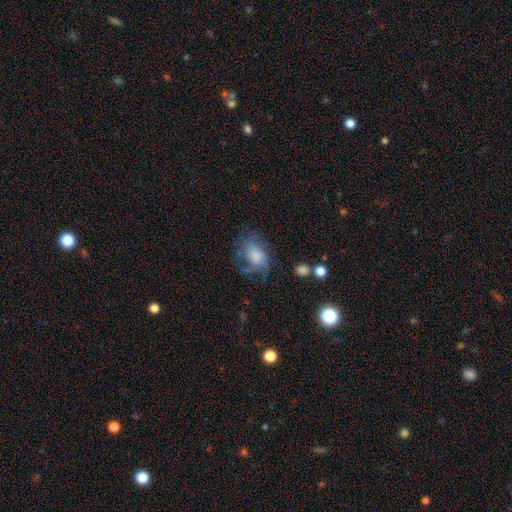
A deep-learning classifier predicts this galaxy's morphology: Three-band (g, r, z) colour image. It shows a smooth galaxy with no disk features (48%). Merging: none (43%).